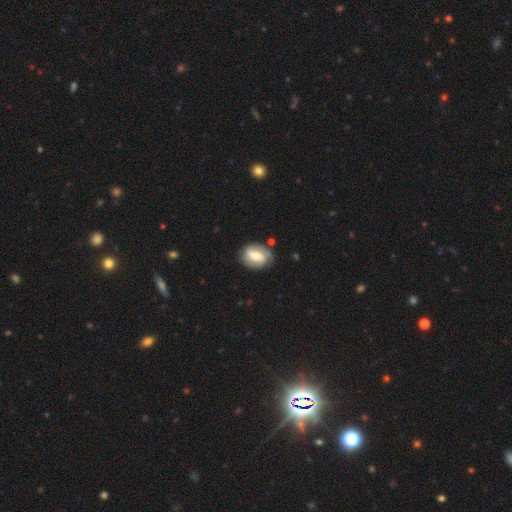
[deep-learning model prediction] Q: Smooth or featured?
A: featured or disk (58%); runner-up: smooth (35%)
Q: Edge-on disk?
A: no (96%); runner-up: yes (4%)
Q: Bar?
A: weak (42%); runner-up: strong (37%)
Q: Spiral arms?
A: yes (80%); runner-up: no (20%)
Q: Bulge size?
A: moderate (57%); runner-up: small (26%)
Q: Merging?
A: none (75%); runner-up: minor disturbance (17%)